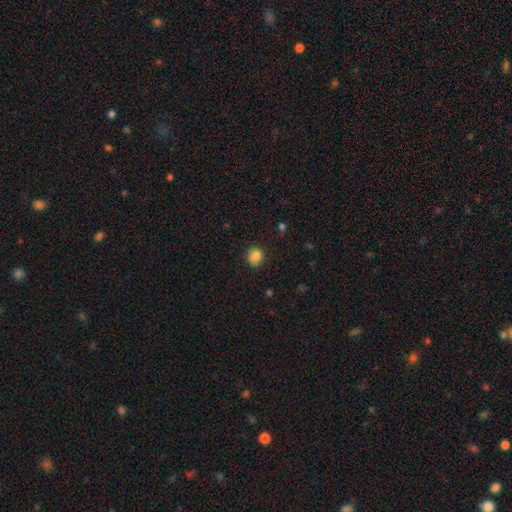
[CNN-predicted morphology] Q: Smooth or featured?
A: smooth (83%); runner-up: star or artifact (11%)
Q: How rounded?
A: round (73%); runner-up: in between (26%)
Q: Merging?
A: none (74%); runner-up: minor disturbance (20%)